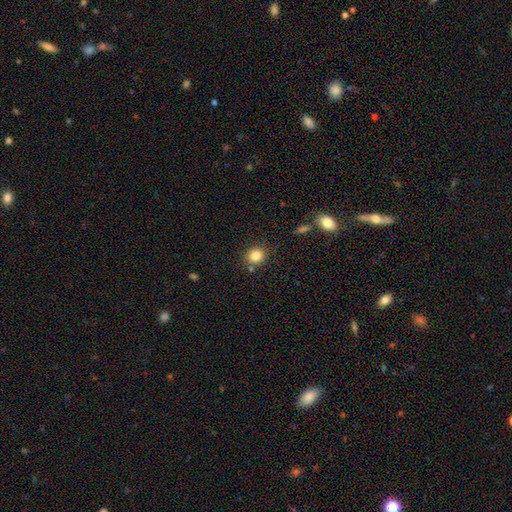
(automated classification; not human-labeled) Smooth or featured?
  - smooth: 83% *
  - star or artifact: 11%
  - featured or disk: 6%
How rounded?
  - round: 80% *
  - in between: 19%
  - cigar-shaped: 1%
Merging?
  - none: 80% *
  - minor disturbance: 10%
  - merger: 7%
  - major disturbance: 3%